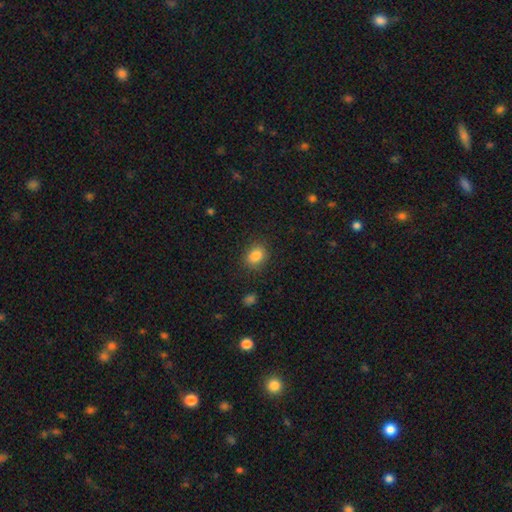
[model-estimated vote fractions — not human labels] Smooth or featured? smooth (85%)
How rounded? in between (50%)
Merging? none (86%)